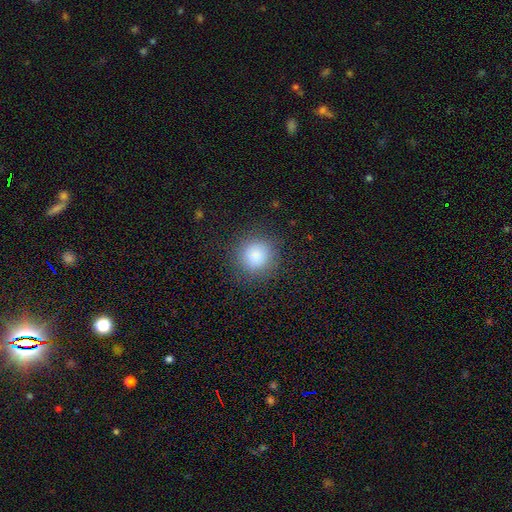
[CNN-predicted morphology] A smooth galaxy with no disk features (85%) that is round (92%).

Vote fractions:
- Smooth or featured? smooth: 85% / star or artifact: 10% / featured or disk: 5%
- How rounded? round: 92% / in between: 7% / cigar-shaped: 1%
- Merging? none: 87% / minor disturbance: 8% / major disturbance: 4% / merger: 1%